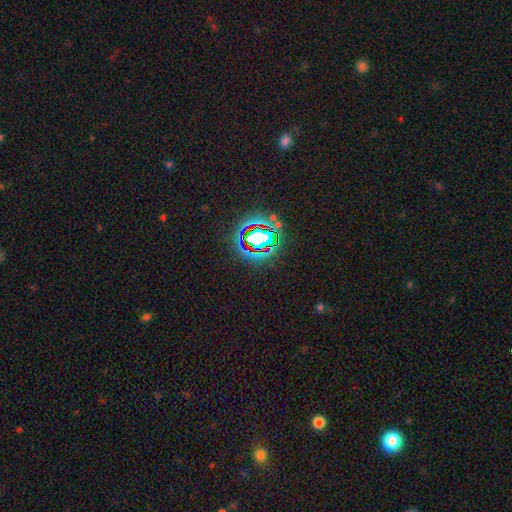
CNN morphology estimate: Smooth or featured: star or artifact — 77% (smooth — 13%)